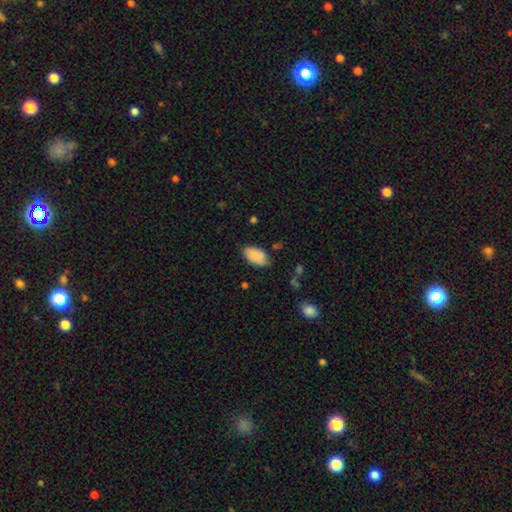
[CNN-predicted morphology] Q: Smooth or featured?
A: smooth (88%); runner-up: star or artifact (7%)
Q: How rounded?
A: in between (94%); runner-up: round (4%)
Q: Merging?
A: none (76%); runner-up: minor disturbance (18%)